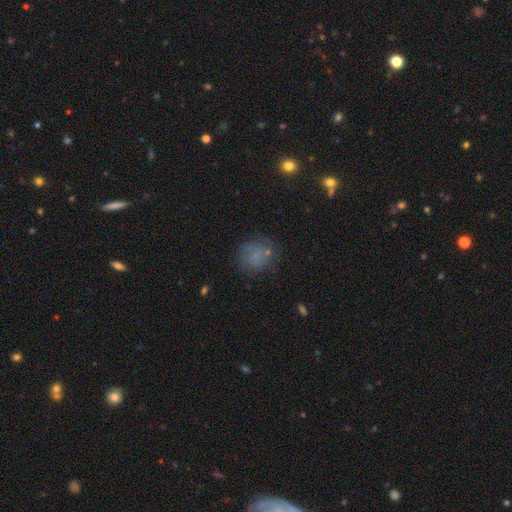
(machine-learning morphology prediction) Overall: smooth (64%). How rounded: round (76%). Merging: none (67%).